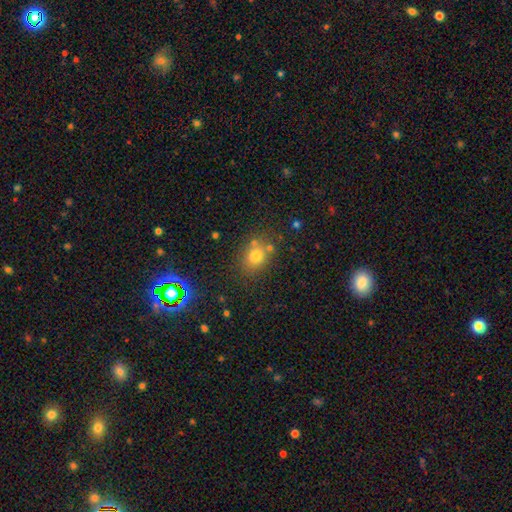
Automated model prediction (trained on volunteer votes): This is likely a smooth galaxy (74%). How rounded: possibly round (58%). Merging: likely none (70%).